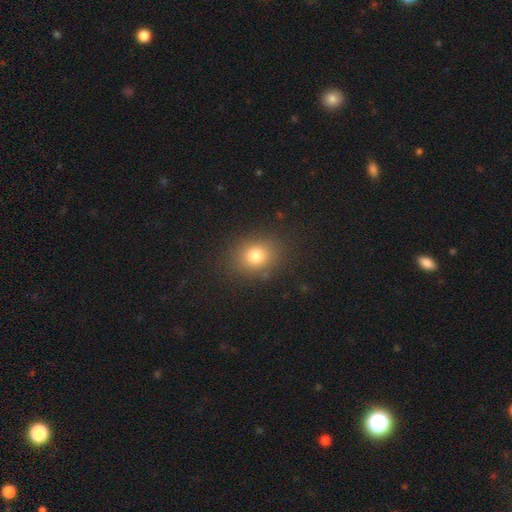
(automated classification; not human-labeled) smooth_or_featured: smooth (p=0.78) [alt: star or artifact p=0.14]
how_rounded: round (p=0.59) [alt: in between p=0.40]
merging: none (p=0.85) [alt: minor disturbance p=0.09]